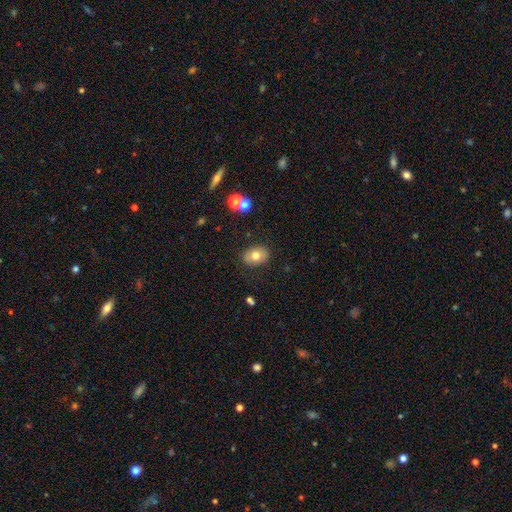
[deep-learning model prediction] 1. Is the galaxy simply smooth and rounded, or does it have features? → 70% smooth, 21% featured or disk, 9% star or artifact.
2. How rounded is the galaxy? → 67% in between, 32% round, 1% cigar-shaped.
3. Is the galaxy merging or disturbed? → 85% none, 10% minor disturbance, 3% major disturbance, 2% merger.